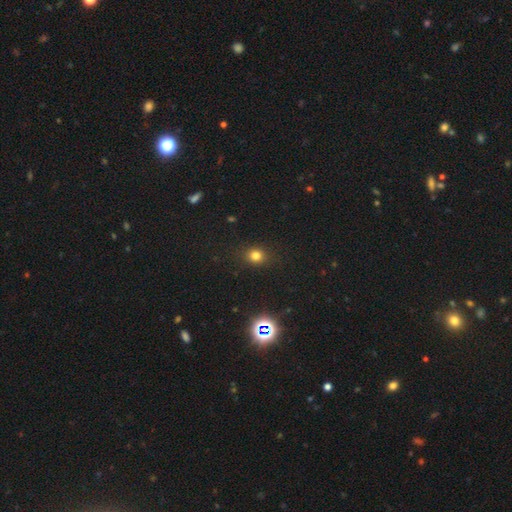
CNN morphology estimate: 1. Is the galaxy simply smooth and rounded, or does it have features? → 76% smooth, 18% star or artifact, 6% featured or disk.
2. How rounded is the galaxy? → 74% round, 25% in between, 1% cigar-shaped.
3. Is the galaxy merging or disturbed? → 88% none, 8% minor disturbance, 3% major disturbance, 1% merger.